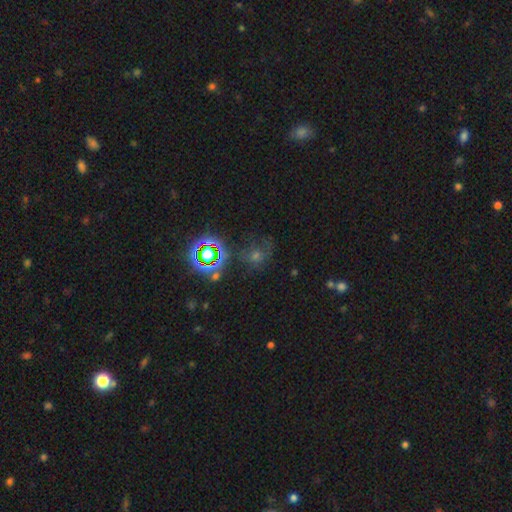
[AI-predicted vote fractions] This is possibly a star or artifact rather than a galaxy (52%).